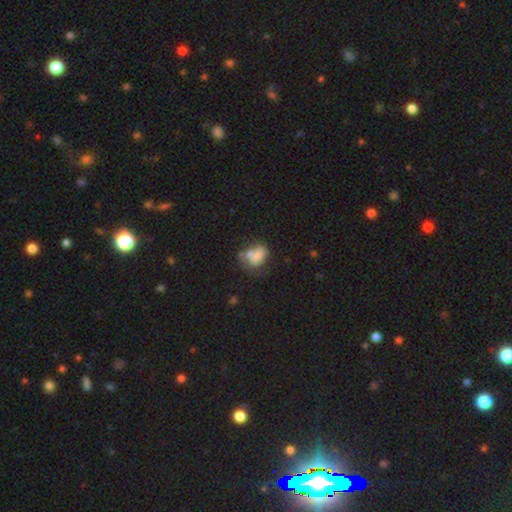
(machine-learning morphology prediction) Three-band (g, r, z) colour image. It shows a smooth galaxy with no disk features (63%) that is in between round and cigar-shaped (70%). Merging: merger (37%).